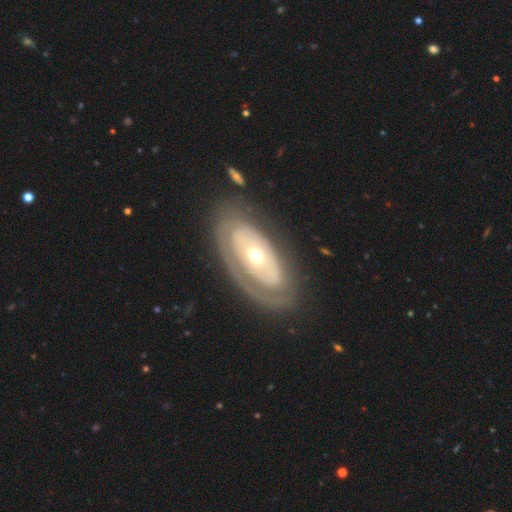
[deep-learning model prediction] Smooth or featured: featured or disk — 73% (smooth — 22%)
Edge-on disk: no — 91% (yes — 9%)
Bar: no — 85% (weak — 10%)
Spiral arms: no — 58% (yes — 42%)
Bulge size: moderate — 57% (small — 35%)
Merging: none — 74% (minor disturbance — 15%)